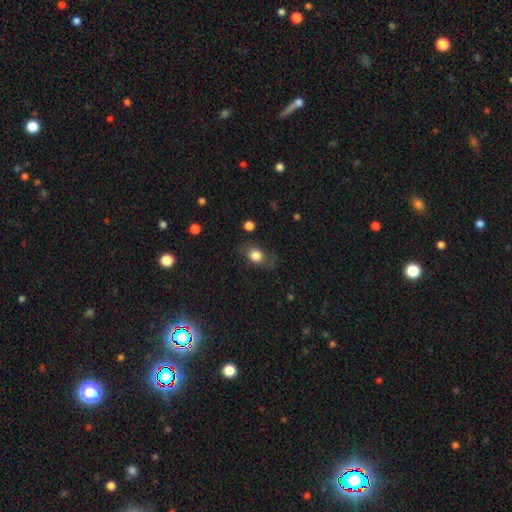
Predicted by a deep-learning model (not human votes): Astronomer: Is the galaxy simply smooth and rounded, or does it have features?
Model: smooth — 78%.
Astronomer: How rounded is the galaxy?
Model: in between — 63%.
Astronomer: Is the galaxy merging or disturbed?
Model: none — 69%.